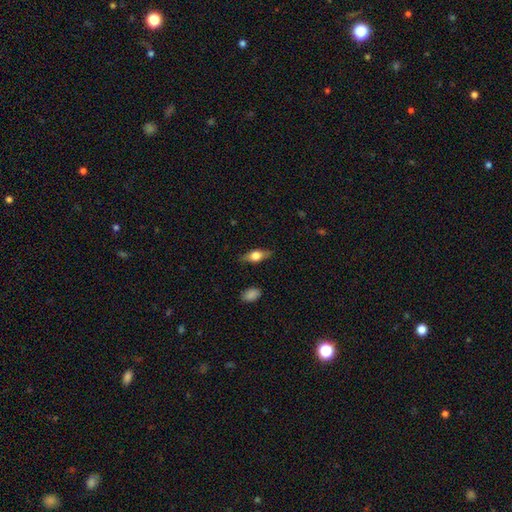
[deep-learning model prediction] smooth 47%, featured or disk 45%, star or artifact 7%. Down the decision tree: merging — none (82%).